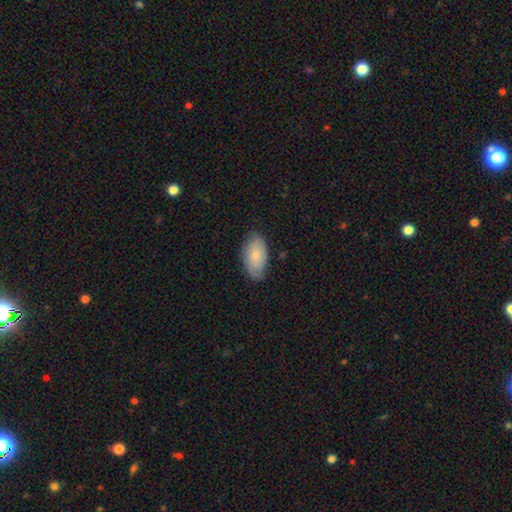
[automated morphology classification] type=smooth (75%); roundness=in between (94%); merging=none (77%).